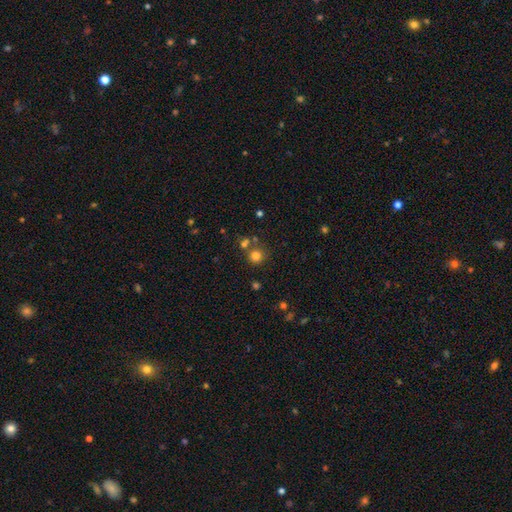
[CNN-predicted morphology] A smooth galaxy with no disk features (78%) that is round (90%).

Vote fractions:
- Smooth or featured? smooth: 78% / star or artifact: 15% / featured or disk: 7%
- How rounded? round: 90% / in between: 9% / cigar-shaped: 1%
- Merging? none: 72% / merger: 16% / minor disturbance: 8% / major disturbance: 4%